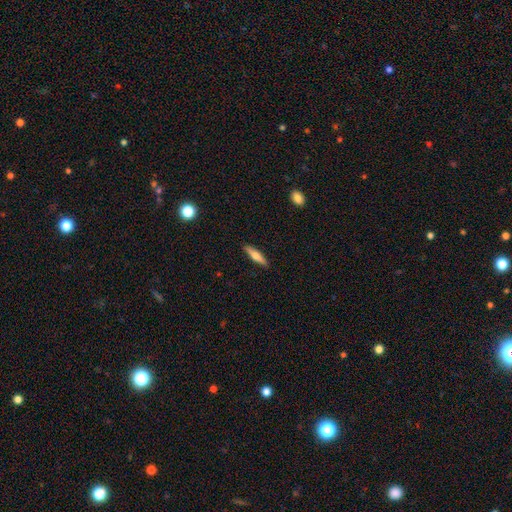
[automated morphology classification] The model was most divided on "smooth or featured": smooth: 54%, featured or disk: 40%, star or artifact: 6%. More confident: merging — none (90%); how rounded — cigar-shaped (80%).